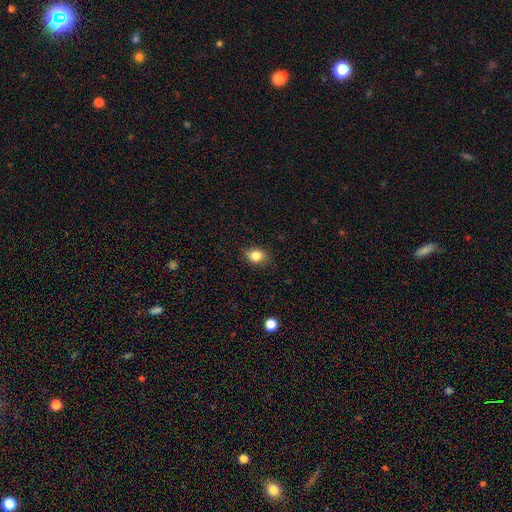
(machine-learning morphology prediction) Smooth or featured?
  - smooth: 83% *
  - star or artifact: 10%
  - featured or disk: 7%
How rounded?
  - in between: 59% *
  - round: 40%
  - cigar-shaped: 1%
Merging?
  - none: 84% *
  - minor disturbance: 12%
  - major disturbance: 3%
  - merger: 1%